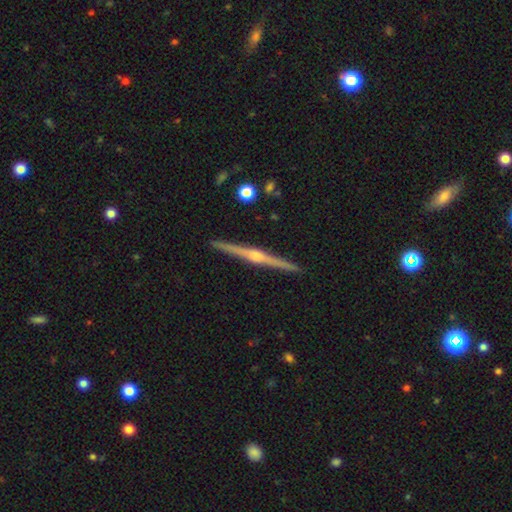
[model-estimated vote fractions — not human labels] This is clearly a featured or disk galaxy (86%). It is clearly viewed edge-on (99%). Edge-on bulge: clearly rounded (88%). Merging: clearly none (93%).